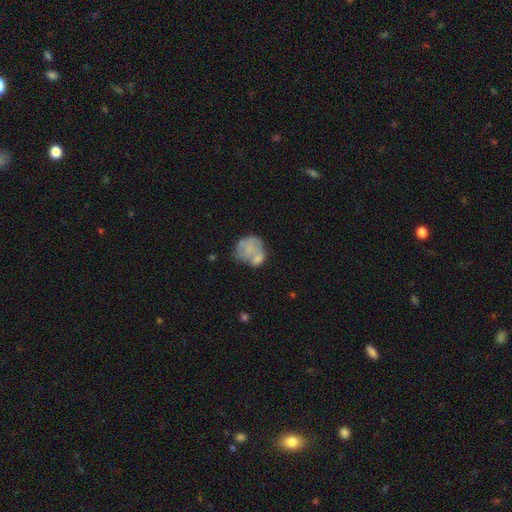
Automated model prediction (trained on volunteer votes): Smooth or featured? Predicted: smooth (p=0.58). How rounded? Predicted: round (p=0.61). Merging? Predicted: merger (p=0.32).